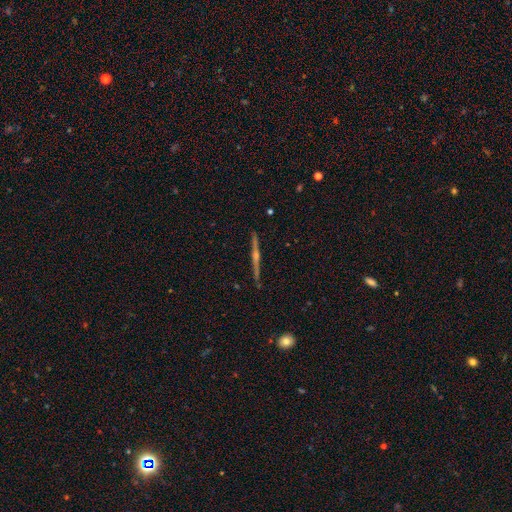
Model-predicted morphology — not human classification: Smooth or featured? featured or disk (82%)
Edge-on disk? yes (99%)
Edge-on bulge? rounded (82%)
Merging? none (91%)